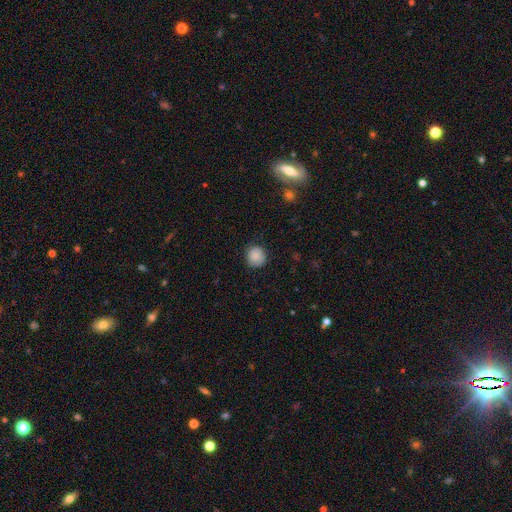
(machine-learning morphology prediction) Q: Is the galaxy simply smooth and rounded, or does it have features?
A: smooth — 86%.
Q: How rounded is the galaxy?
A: round — 89%.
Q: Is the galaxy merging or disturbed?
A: none — 84%.